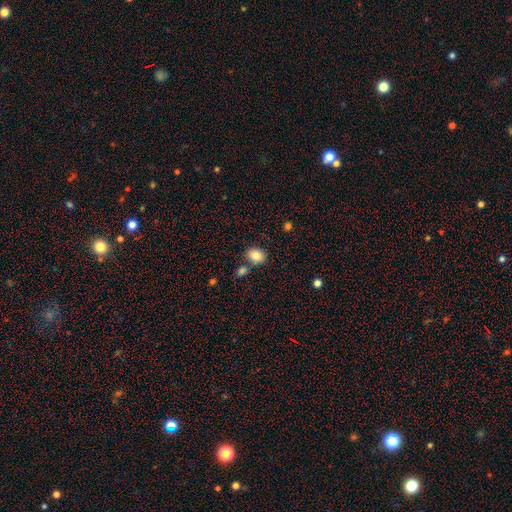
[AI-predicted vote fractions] A smooth galaxy with no disk features (84%) that is in between round and cigar-shaped (52%). Merging: none (71%).